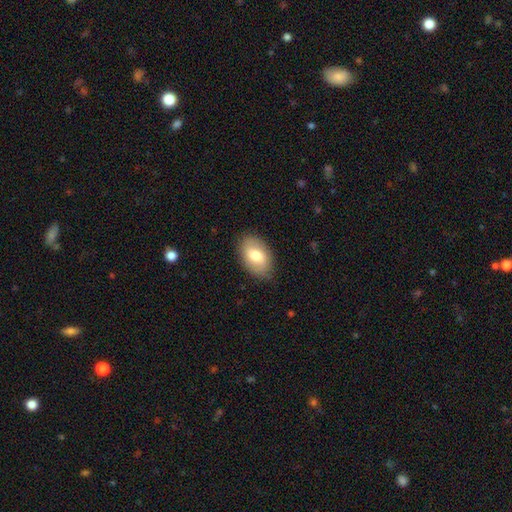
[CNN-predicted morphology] The model was most divided on "smooth or featured": smooth: 72%, featured or disk: 22%, star or artifact: 6%. More confident: how rounded — in between (90%); merging — none (82%).